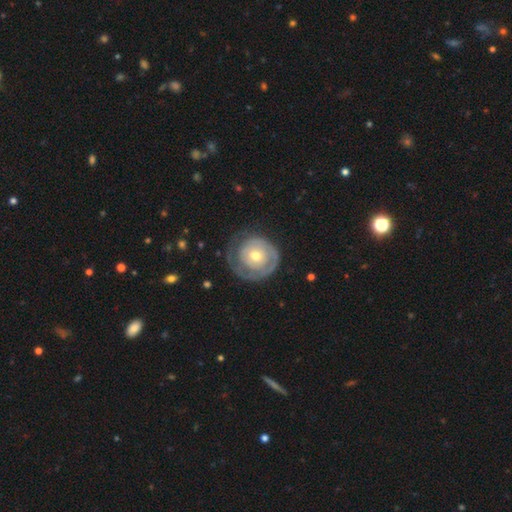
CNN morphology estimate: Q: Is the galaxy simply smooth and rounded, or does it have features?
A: featured or disk — 71%.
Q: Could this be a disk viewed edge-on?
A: no — 97%.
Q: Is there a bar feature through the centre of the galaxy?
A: no — 83%.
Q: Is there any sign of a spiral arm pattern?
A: yes — 76%.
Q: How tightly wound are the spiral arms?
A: tight — 77%.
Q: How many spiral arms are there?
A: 1 — 53%.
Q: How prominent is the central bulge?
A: moderate — 53%.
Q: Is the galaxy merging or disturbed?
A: none — 62%.